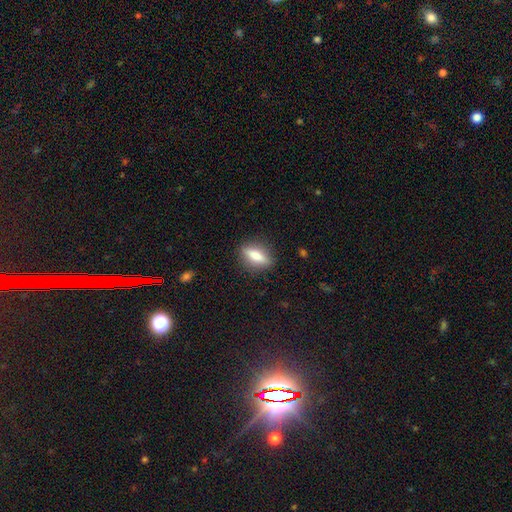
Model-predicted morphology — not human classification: Q: Smooth or featured?
A: smooth (64%); runner-up: featured or disk (29%)
Q: How rounded?
A: in between (51%); runner-up: cigar-shaped (44%)
Q: Merging?
A: none (86%); runner-up: minor disturbance (10%)